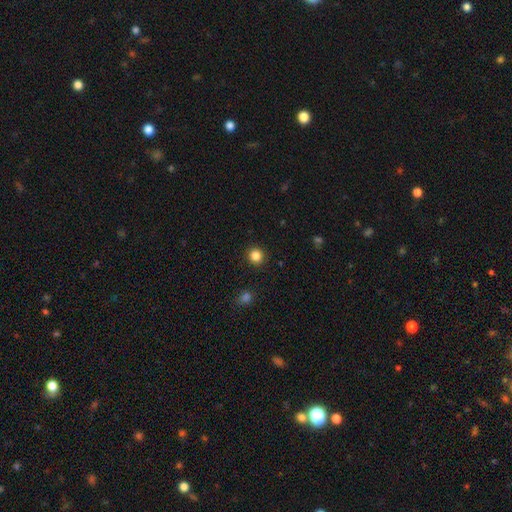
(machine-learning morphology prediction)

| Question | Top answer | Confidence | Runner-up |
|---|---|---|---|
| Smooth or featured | smooth | 85% | star or artifact (11%) |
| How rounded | round | 92% | in between (7%) |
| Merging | none | 92% | minor disturbance (5%) |